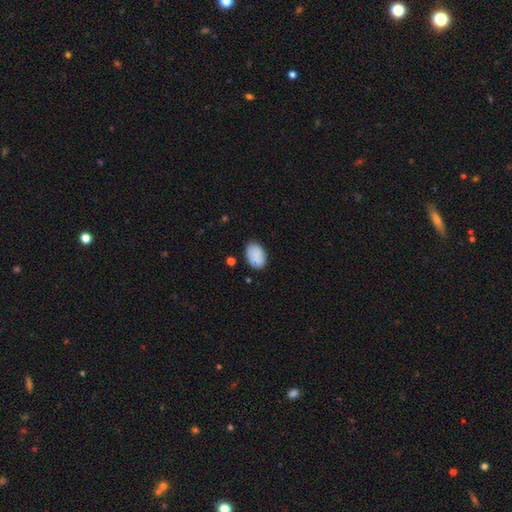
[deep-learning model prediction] smooth-or-featured: smooth: 88% | star or artifact: 7% | featured or disk: 5%
  how-rounded: in between: 85% | round: 14% | cigar-shaped: 1%
  merging: none: 80% | minor disturbance: 14% | major disturbance: 3% | merger: 3%